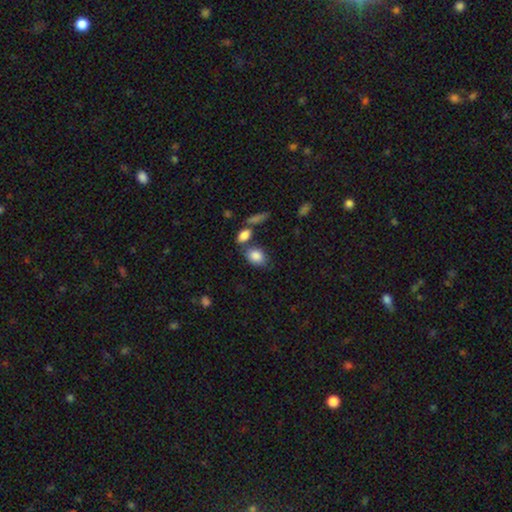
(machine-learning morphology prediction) Smooth or featured: smooth — 85% (star or artifact — 8%)
How rounded: in between — 79% (round — 20%)
Merging: none — 61% (merger — 20%)